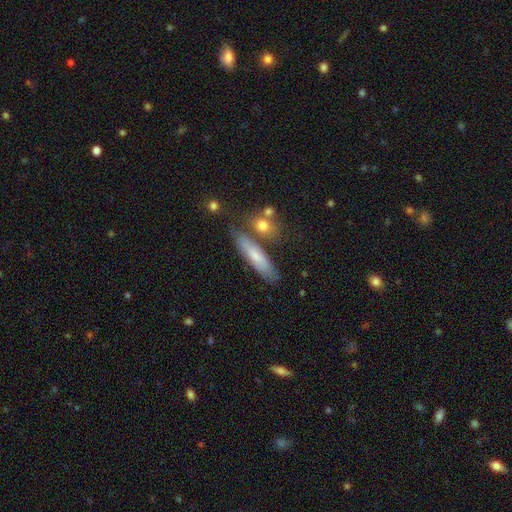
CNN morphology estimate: smooth_or_featured: smooth (p=0.65) [alt: featured or disk p=0.28]
how_rounded: cigar-shaped (p=0.75) [alt: in between p=0.23]
merging: none (p=0.72) [alt: minor disturbance p=0.14]